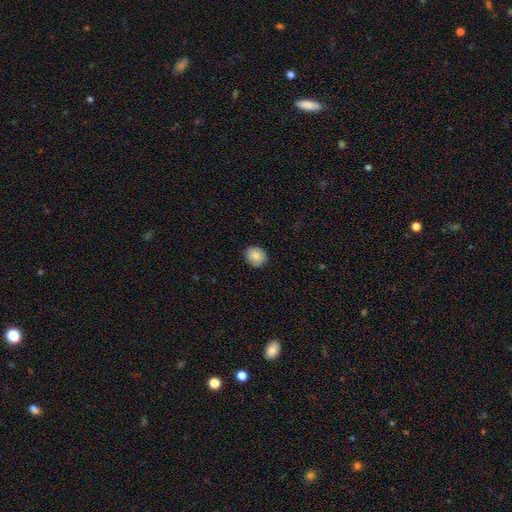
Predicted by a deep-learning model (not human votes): smooth_or_featured: smooth (p=0.85) [alt: star or artifact p=0.08]
how_rounded: round (p=0.77) [alt: in between p=0.22]
merging: none (p=0.89) [alt: minor disturbance p=0.08]